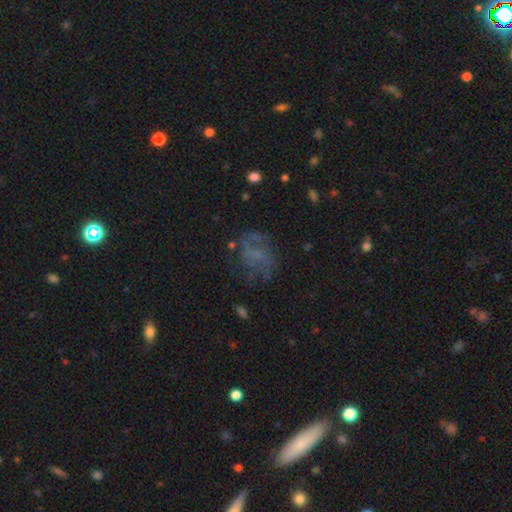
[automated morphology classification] A featured or disk galaxy (47%).

Vote fractions:
- Smooth or featured? featured or disk: 47% / smooth: 32% / star or artifact: 20%
- Merging? none: 55% / major disturbance: 22% / minor disturbance: 20% / merger: 3%